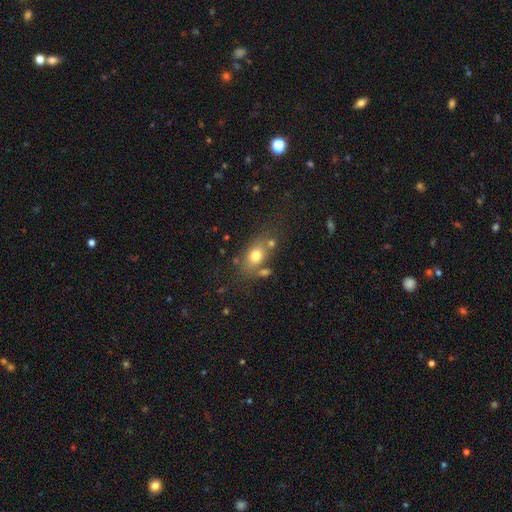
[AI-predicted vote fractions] Morphology: type=smooth (74%); roundness=in between (73%); merging=none (62%).